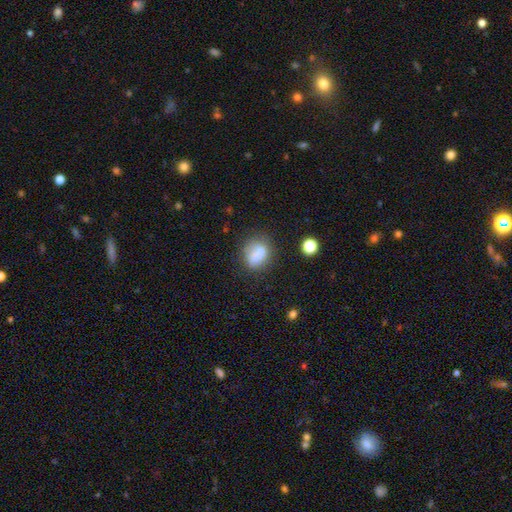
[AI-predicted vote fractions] Smooth or featured?
  - smooth: 76% *
  - featured or disk: 13%
  - star or artifact: 11%
How rounded?
  - in between: 50% *
  - round: 47%
  - cigar-shaped: 2%
Merging?
  - none: 58% *
  - minor disturbance: 23%
  - major disturbance: 10%
  - merger: 9%